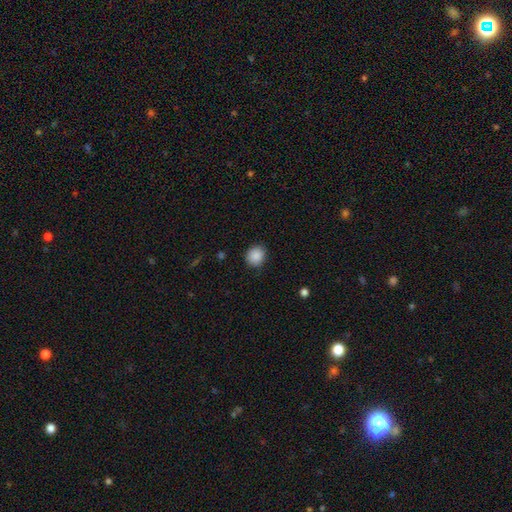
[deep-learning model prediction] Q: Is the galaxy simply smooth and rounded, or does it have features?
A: smooth — 89%.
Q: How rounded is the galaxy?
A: round — 79%.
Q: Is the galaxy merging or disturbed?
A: none — 86%.